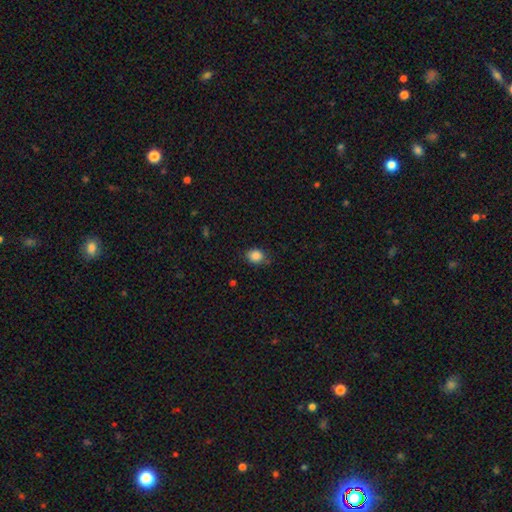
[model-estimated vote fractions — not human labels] This is clearly a smooth galaxy (86%). How rounded: likely round (62%). Merging: likely none (77%).